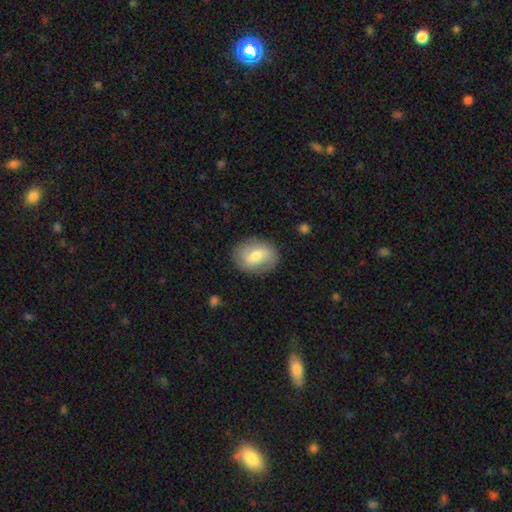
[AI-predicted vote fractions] Smooth or featured? Predicted: smooth (p=0.47). Merging? Predicted: none (p=0.82).